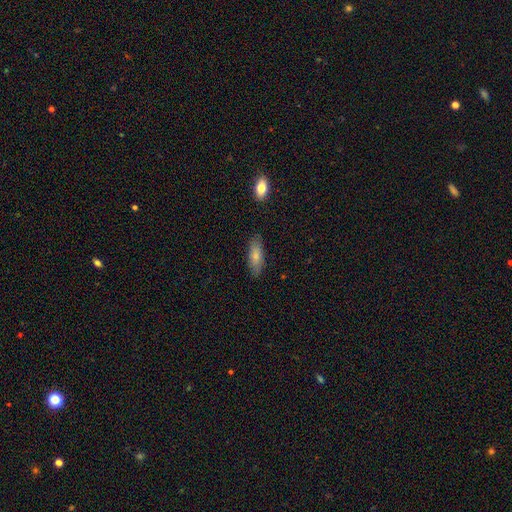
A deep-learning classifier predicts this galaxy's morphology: This appears to be a smooth galaxy with no disk features (77%) that is in between round and cigar-shaped (72%). Merging: none (83%).